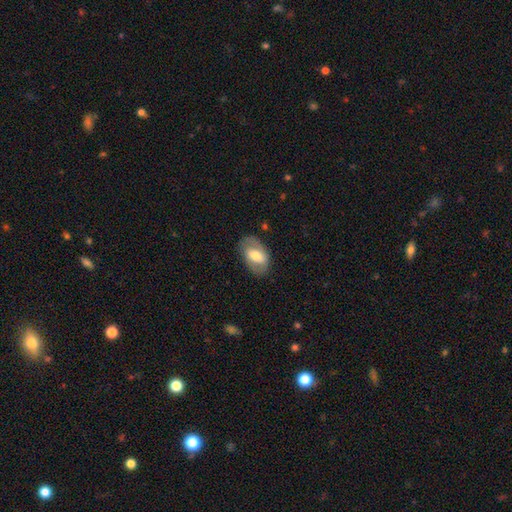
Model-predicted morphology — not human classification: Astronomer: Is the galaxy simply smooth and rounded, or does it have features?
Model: smooth — 52% (runner-up: featured or disk, 42%).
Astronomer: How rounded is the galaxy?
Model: in between — 90%.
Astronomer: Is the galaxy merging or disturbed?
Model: none — 78%.